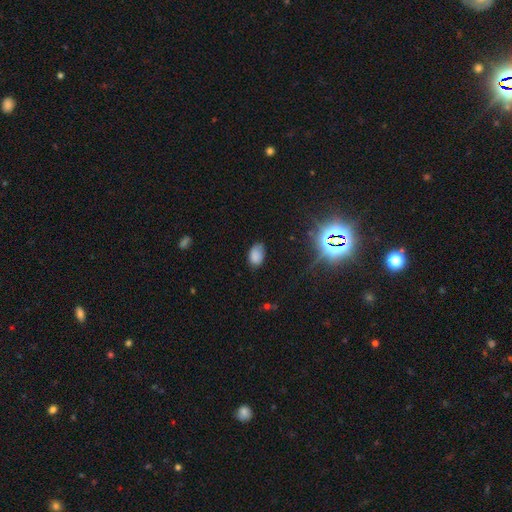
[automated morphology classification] The model was most divided on "merging": none: 69%, minor disturbance: 24%, major disturbance: 5%, merger: 2%. More confident: how rounded — in between (90%); smooth or featured — smooth (79%).